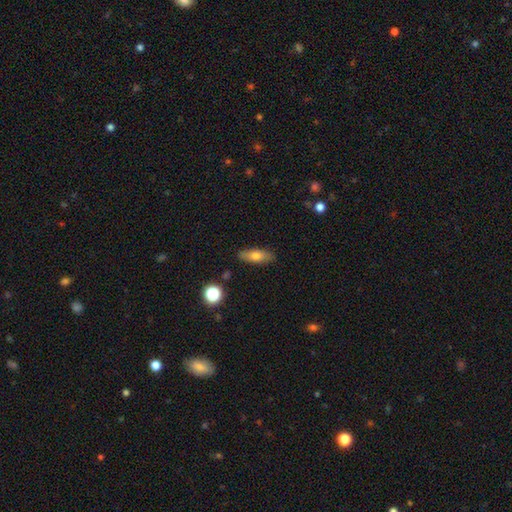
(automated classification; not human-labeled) A smooth galaxy with no disk features (72%) that is in between round and cigar-shaped (67%).

Vote fractions:
- Smooth or featured? smooth: 72% / featured or disk: 20% / star or artifact: 8%
- How rounded? in between: 67% / cigar-shaped: 30% / round: 4%
- Merging? none: 85% / minor disturbance: 11% / major disturbance: 2% / merger: 2%